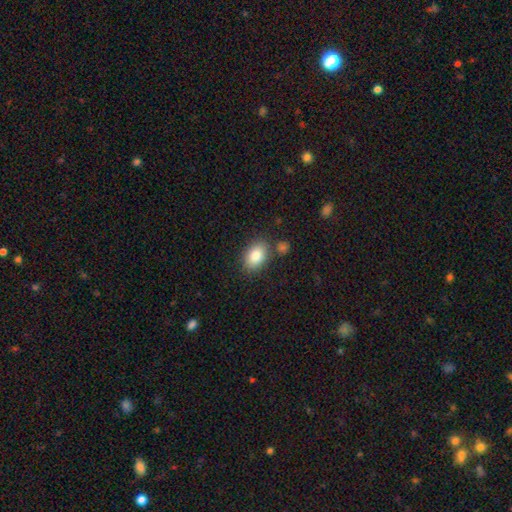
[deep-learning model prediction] smooth_or_featured: smooth (p=0.83) [alt: featured or disk p=0.09]
how_rounded: in between (p=0.85) [alt: round p=0.14]
merging: none (p=0.77) [alt: minor disturbance p=0.12]